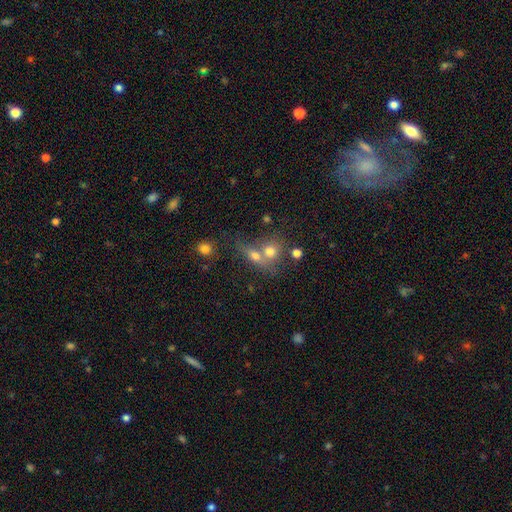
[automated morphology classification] Overall: smooth (43%; featured or disk 30%). Merging: merger (41%; none 38%).